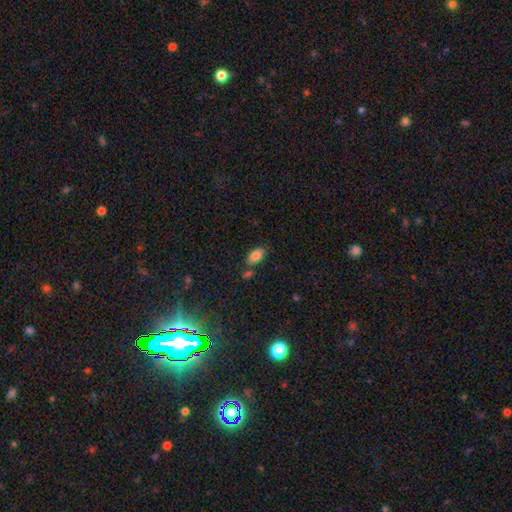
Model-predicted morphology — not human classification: smooth_or_featured: smooth (p=0.85) [alt: star or artifact p=0.08]
how_rounded: in between (p=0.92) [alt: round p=0.06]
merging: none (p=0.69) [alt: minor disturbance p=0.14]